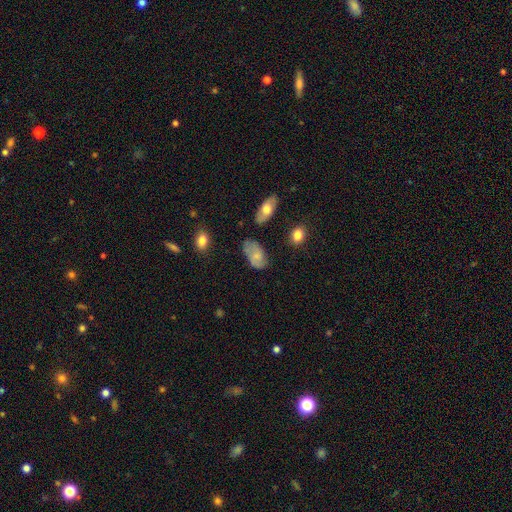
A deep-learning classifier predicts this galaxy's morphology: This appears to be a smooth galaxy with no disk features (62%) that is in between round and cigar-shaped (93%). Merging: none (59%).